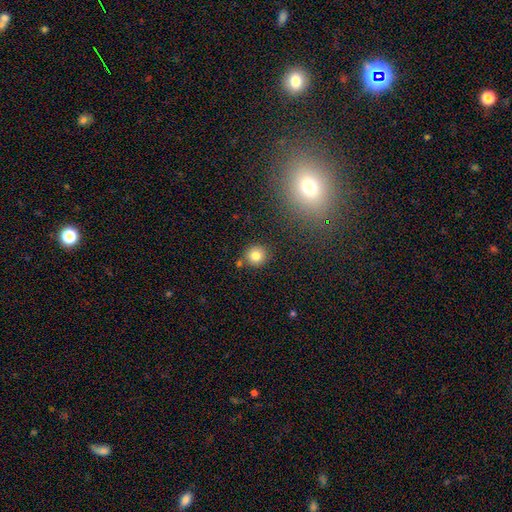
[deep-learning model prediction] The model was most divided on "smooth or featured": smooth: 81%, star or artifact: 12%, featured or disk: 8%. More confident: how rounded — round (90%); merging — none (82%).